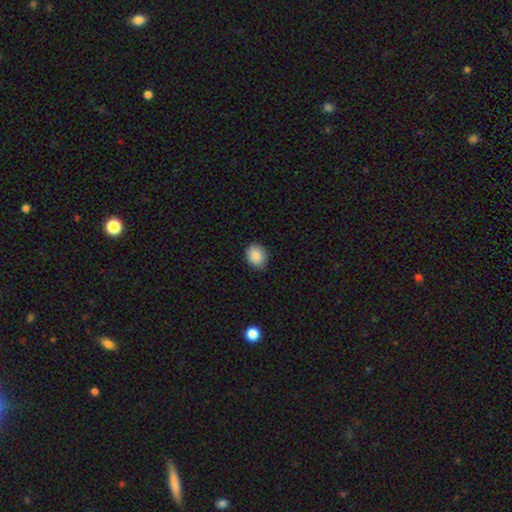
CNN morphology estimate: A smooth galaxy with no disk features (87%) that is round (54%). Merging: none (85%).